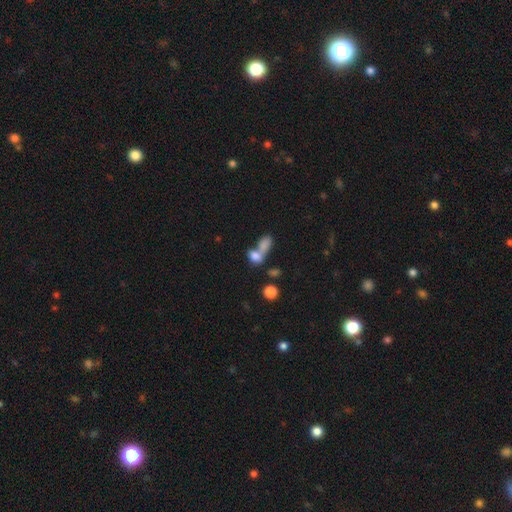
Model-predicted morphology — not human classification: Smooth or featured? smooth (77%)
How rounded? in between (76%)
Merging? merger (65%)